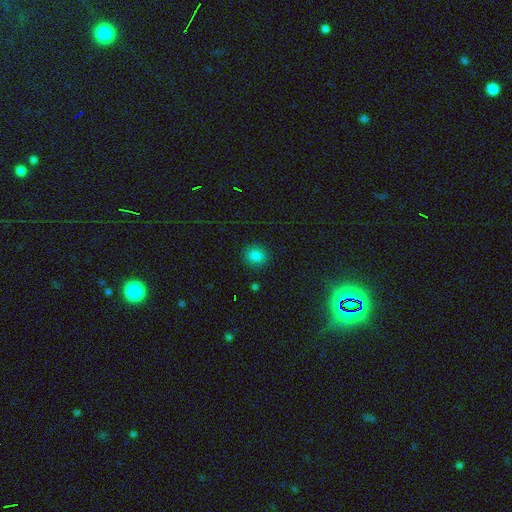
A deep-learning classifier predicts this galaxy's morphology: type=smooth (83%); roundness=round (76%); merging=none (89%).